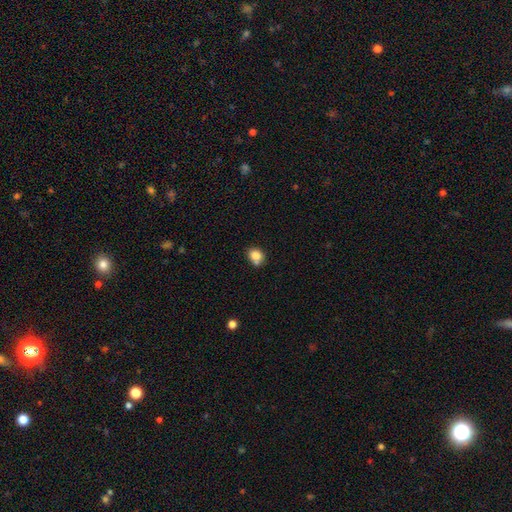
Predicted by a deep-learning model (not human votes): Morphology: type=smooth (82%); roundness=round (64%); merging=none (60%).